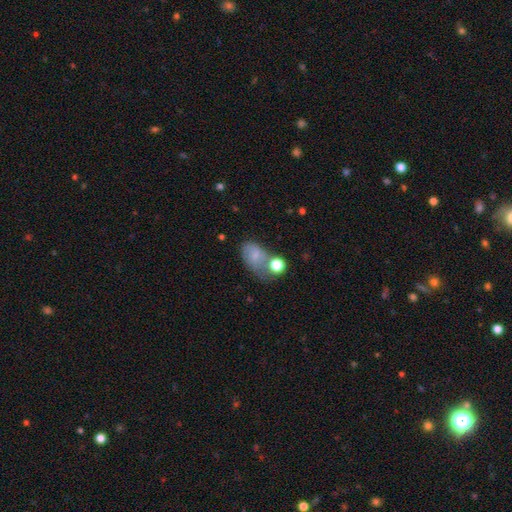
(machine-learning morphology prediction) Smooth or featured: smooth — 68% (featured or disk — 21%)
How rounded: in between — 80% (round — 18%)
Merging: none — 33% (minor disturbance — 26%)